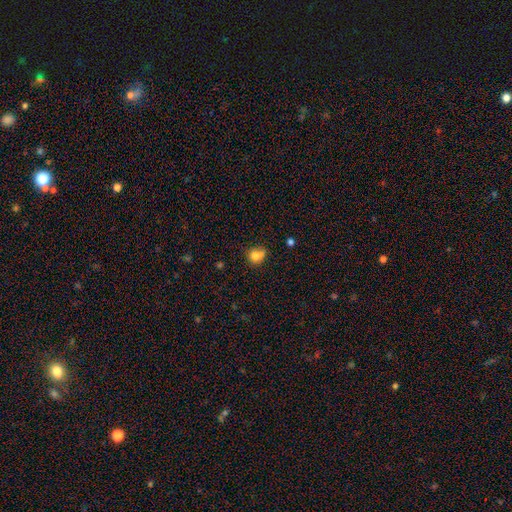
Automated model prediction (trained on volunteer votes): Smooth or featured: smooth — 78% (star or artifact — 12%)
How rounded: round — 74% (in between — 25%)
Merging: none — 47% (minor disturbance — 26%)